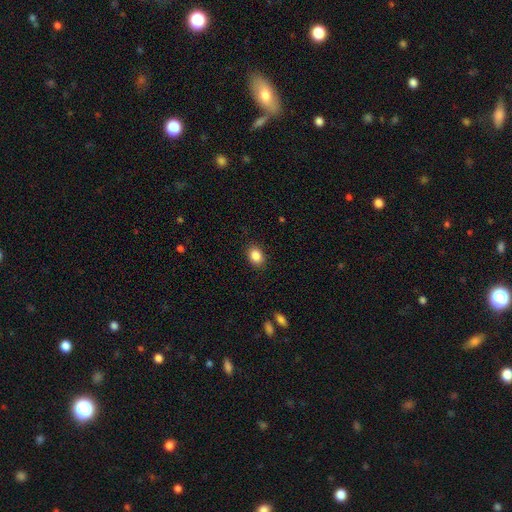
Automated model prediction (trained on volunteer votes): smooth-or-featured: smooth: 86% | star or artifact: 9% | featured or disk: 5%
  how-rounded: in between: 65% | round: 34% | cigar-shaped: 1%
  merging: none: 88% | minor disturbance: 9% | major disturbance: 2% | merger: 1%